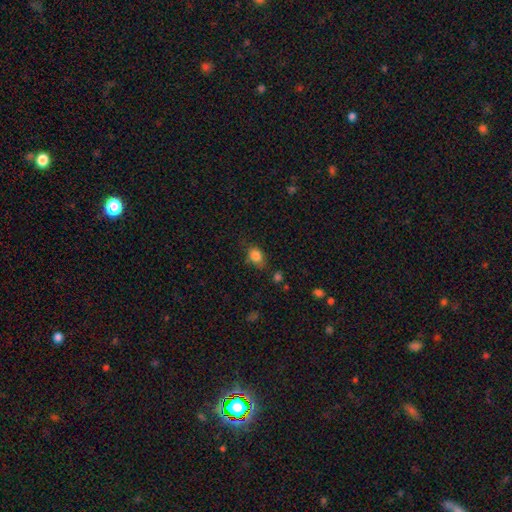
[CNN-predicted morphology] Smooth or featured? smooth (84%)
How rounded? in between (67%)
Merging? none (64%)